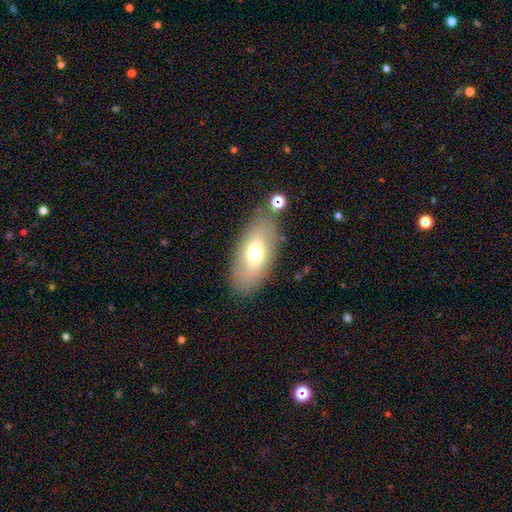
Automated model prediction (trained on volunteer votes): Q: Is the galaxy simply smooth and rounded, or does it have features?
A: smooth — 62%.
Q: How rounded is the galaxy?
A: in between — 88%.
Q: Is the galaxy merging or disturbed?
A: none — 80%.